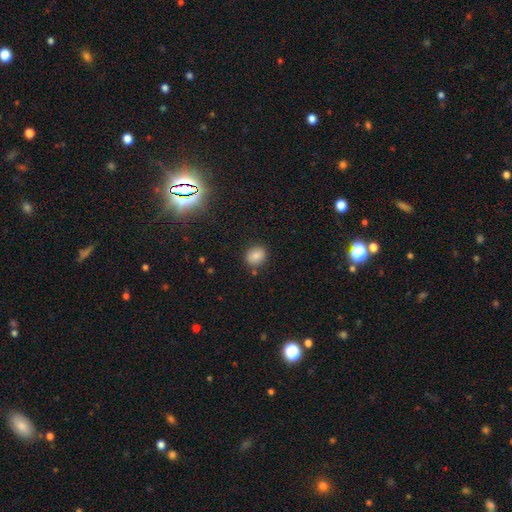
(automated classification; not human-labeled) Smooth or featured? Predicted: smooth (p=0.81). How rounded? Predicted: round (p=0.61). Merging? Predicted: none (p=0.83).